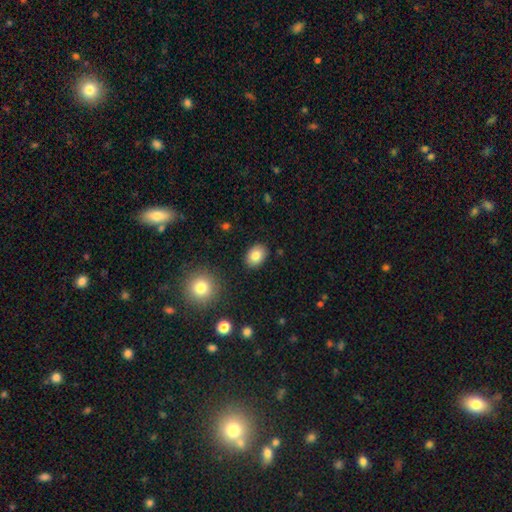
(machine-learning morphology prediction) type=smooth (82%); roundness=in between (68%); merging=none (88%).